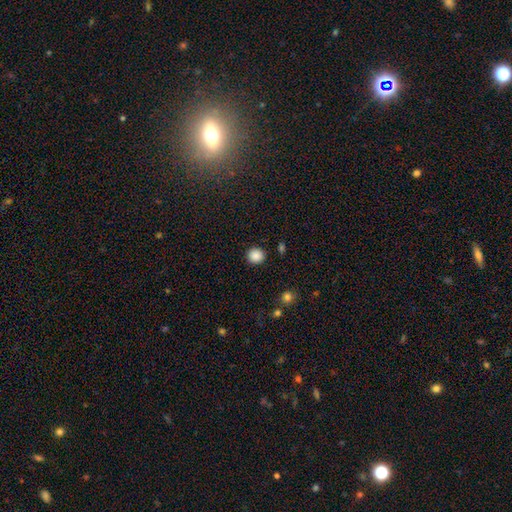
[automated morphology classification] Smooth or featured?
  - smooth: 87% *
  - star or artifact: 10%
  - featured or disk: 3%
How rounded?
  - round: 90% *
  - in between: 10%
  - cigar-shaped: 1%
Merging?
  - none: 91% *
  - minor disturbance: 6%
  - major disturbance: 2%
  - merger: 2%